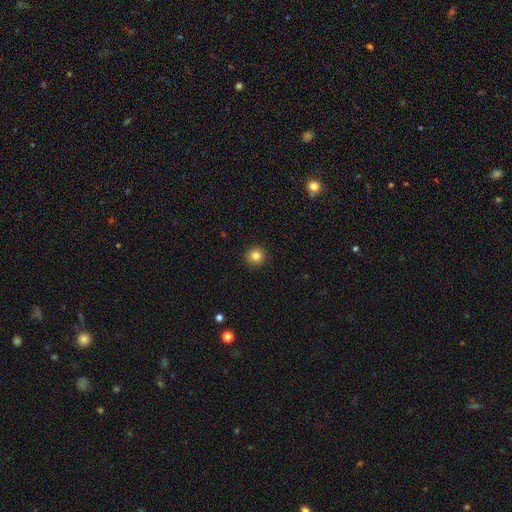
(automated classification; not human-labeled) Smooth or featured? Predicted: smooth (p=0.84). How rounded? Predicted: round (p=0.94). Merging? Predicted: none (p=0.92).